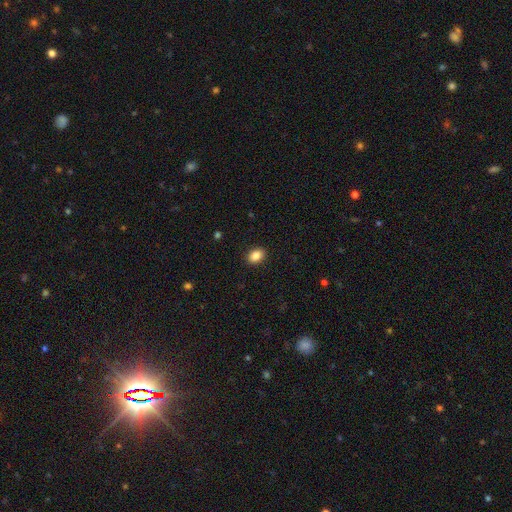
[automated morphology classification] Smooth or featured? smooth (87%)
How rounded? in between (73%)
Merging? none (90%)